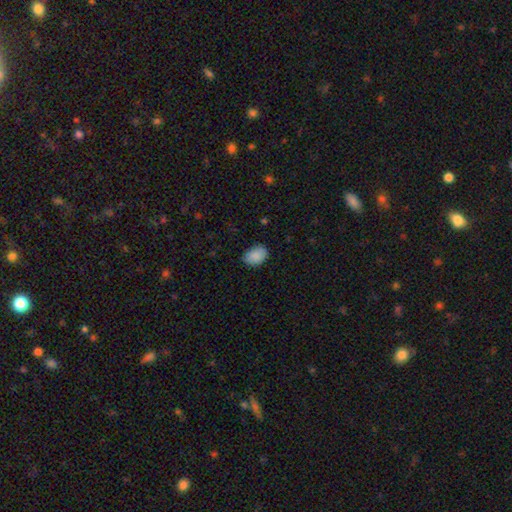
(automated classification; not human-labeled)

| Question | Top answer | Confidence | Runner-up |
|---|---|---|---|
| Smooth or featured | smooth | 89% | star or artifact (7%) |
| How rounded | in between | 77% | round (22%) |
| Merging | none | 80% | minor disturbance (16%) |